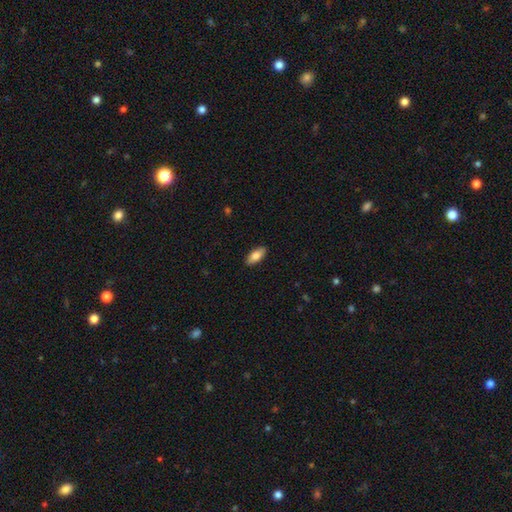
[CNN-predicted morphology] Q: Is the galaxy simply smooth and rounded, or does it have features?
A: smooth — 80%.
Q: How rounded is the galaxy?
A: in between — 88%.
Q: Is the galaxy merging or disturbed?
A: none — 88%.